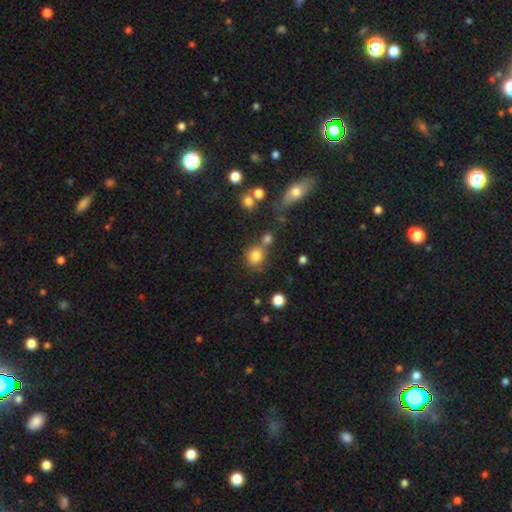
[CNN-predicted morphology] A smooth galaxy with no disk features (81%) that is round (75%).

Vote fractions:
- Smooth or featured? smooth: 81% / star or artifact: 12% / featured or disk: 7%
- How rounded? round: 75% / in between: 24% / cigar-shaped: 1%
- Merging? none: 58% / merger: 23% / minor disturbance: 13% / major disturbance: 6%